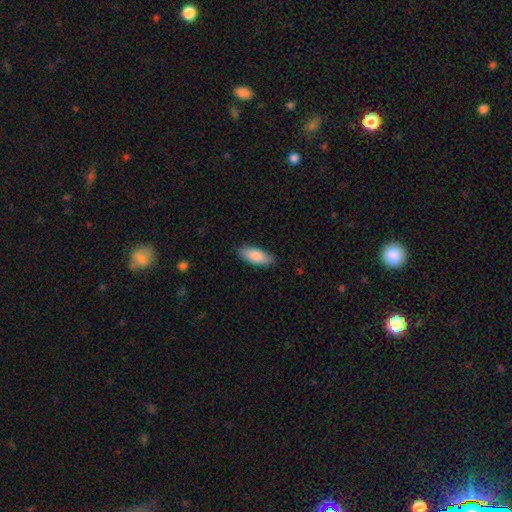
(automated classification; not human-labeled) Q: Smooth or featured?
A: smooth (86%); runner-up: featured or disk (8%)
Q: How rounded?
A: in between (79%); runner-up: cigar-shaped (20%)
Q: Merging?
A: none (86%); runner-up: minor disturbance (11%)